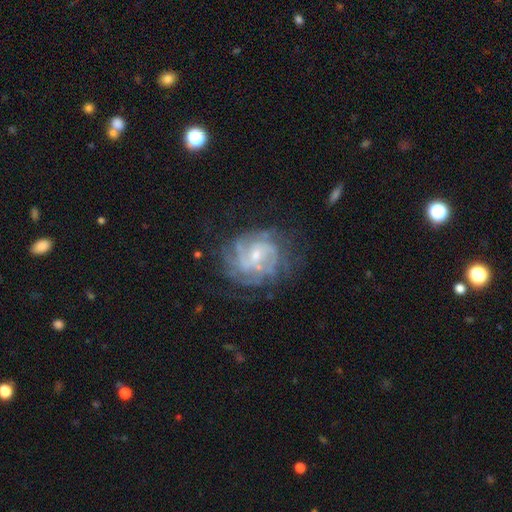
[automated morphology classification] Smooth or featured? Predicted: featured or disk (p=0.83). Edge-on disk? Predicted: no (p=0.98). Bar? Predicted: no (p=0.50). Spiral arms? Predicted: yes (p=0.90). Spiral winding? Predicted: tight (p=0.56). Spiral arm count? Predicted: can't tell (p=0.40). Bulge size? Predicted: small (p=0.55). Merging? Predicted: none (p=0.66).